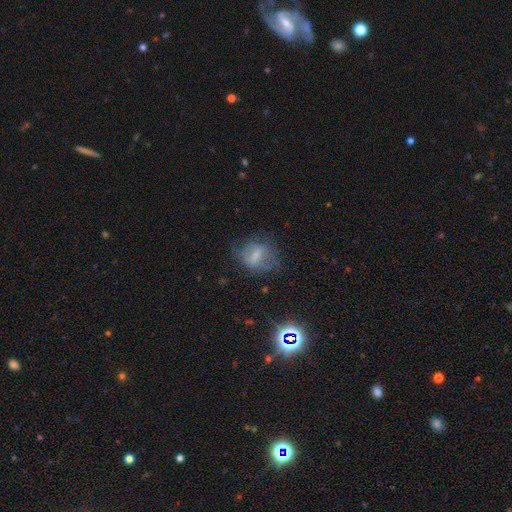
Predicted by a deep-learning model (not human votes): Smooth or featured? Predicted: smooth (p=0.46). Merging? Predicted: none (p=0.53).